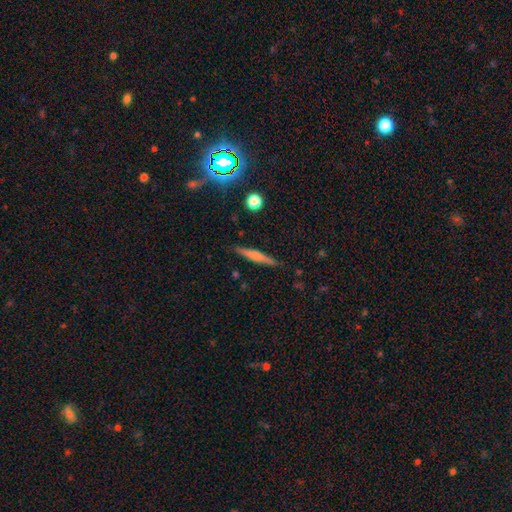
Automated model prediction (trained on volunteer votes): The model was most divided on "smooth or featured": smooth: 52%, featured or disk: 40%, star or artifact: 7%. More confident: how rounded — cigar-shaped (92%); merging — none (88%).